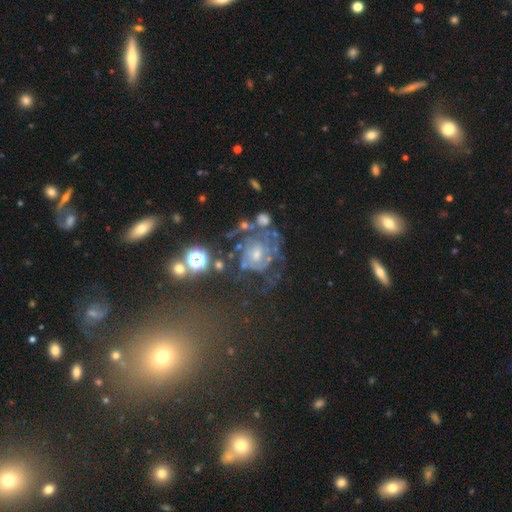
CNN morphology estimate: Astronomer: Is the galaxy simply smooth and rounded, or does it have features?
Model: featured or disk — 68%.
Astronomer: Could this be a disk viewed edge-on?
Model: no — 97%.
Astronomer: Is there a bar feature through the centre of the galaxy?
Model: no — 68%.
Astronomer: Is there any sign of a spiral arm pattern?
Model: yes — 78%.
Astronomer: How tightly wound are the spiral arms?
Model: tight — 62%.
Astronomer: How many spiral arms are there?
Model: can't tell — 50%.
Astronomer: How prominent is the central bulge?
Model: small — 54% (runner-up: moderate, 36%).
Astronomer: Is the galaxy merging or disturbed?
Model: none — 51%.